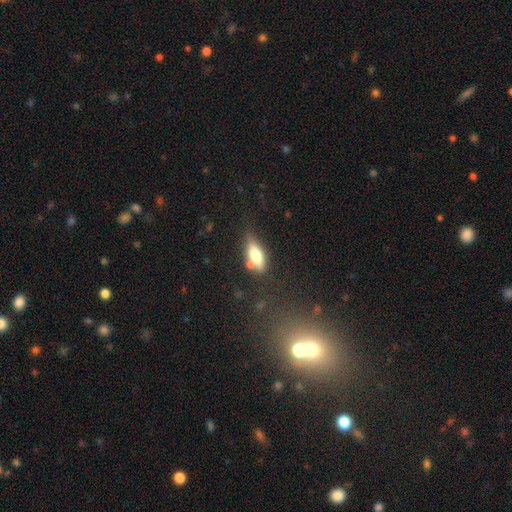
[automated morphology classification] Smooth or featured?
  - smooth: 63% *
  - featured or disk: 29%
  - star or artifact: 8%
How rounded?
  - in between: 66% *
  - cigar-shaped: 30%
  - round: 4%
Merging?
  - none: 54% *
  - minor disturbance: 23%
  - merger: 15%
  - major disturbance: 8%